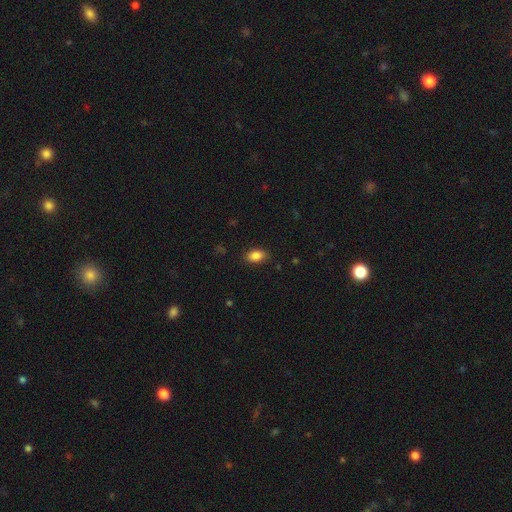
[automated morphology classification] Overall: smooth (87%). How rounded: in between (88%). Merging: none (87%).